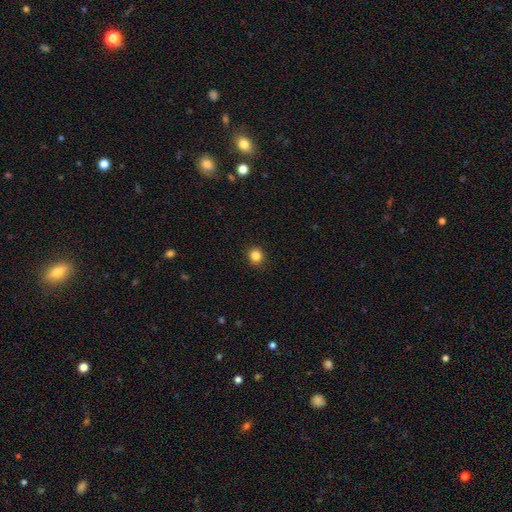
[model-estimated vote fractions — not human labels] Smooth or featured? smooth (84%)
How rounded? round (88%)
Merging? none (92%)